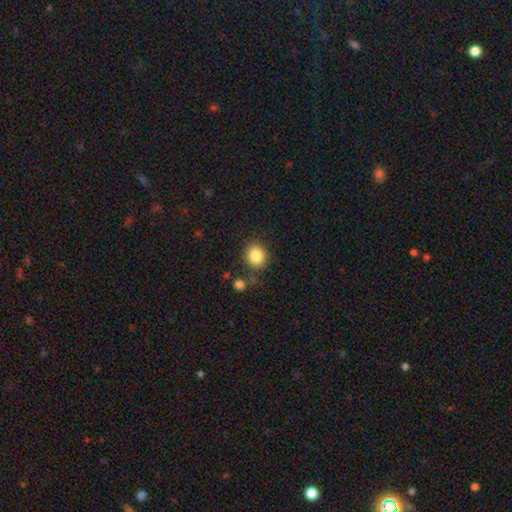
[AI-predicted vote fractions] Smooth or featured? Predicted: smooth (p=0.85). How rounded? Predicted: round (p=0.79). Merging? Predicted: none (p=0.82).